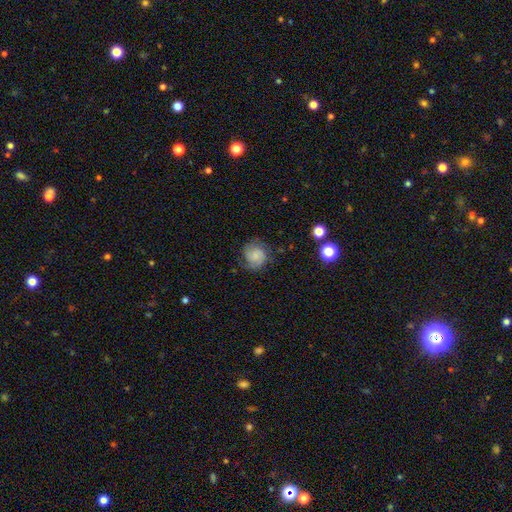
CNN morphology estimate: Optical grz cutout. It shows a featured or disk galaxy (49%). Merging: none (68%).